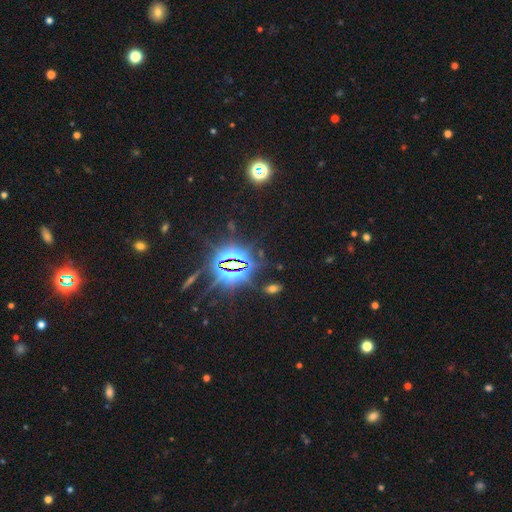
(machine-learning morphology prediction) smooth_or_featured: star or artifact (p=0.85) [alt: smooth p=0.09]